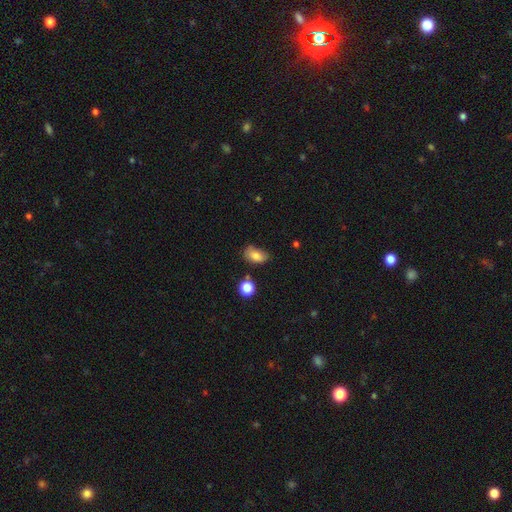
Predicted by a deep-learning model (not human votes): The model was most divided on "merging": none: 52%, minor disturbance: 34%, major disturbance: 9%, merger: 5%. More confident: how rounded — in between (85%); smooth or featured — smooth (79%).